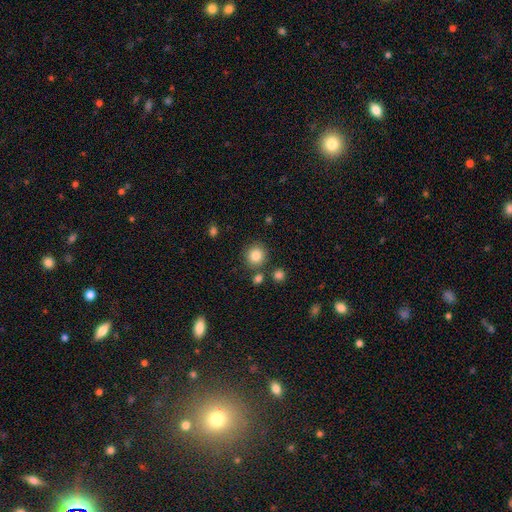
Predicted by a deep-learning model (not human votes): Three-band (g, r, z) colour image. It shows a smooth galaxy with no disk features (85%) that is round (90%). Merging: none (81%).